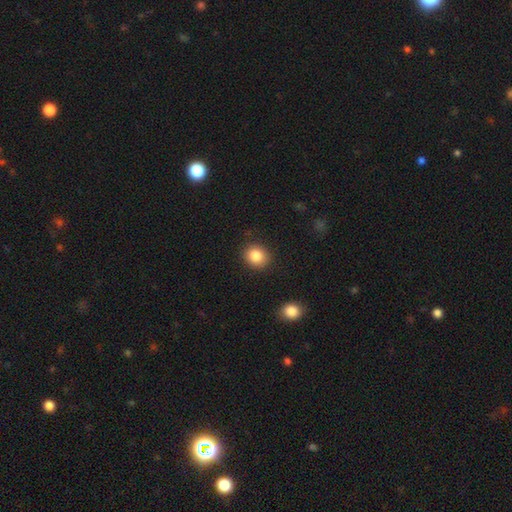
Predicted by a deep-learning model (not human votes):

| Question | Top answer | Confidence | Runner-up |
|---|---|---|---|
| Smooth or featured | smooth | 85% | star or artifact (9%) |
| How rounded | round | 76% | in between (24%) |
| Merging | none | 88% | minor disturbance (8%) |